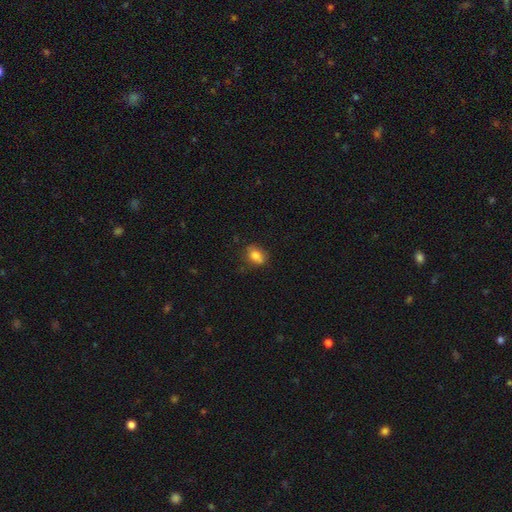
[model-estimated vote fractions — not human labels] This is likely a smooth galaxy (79%). How rounded: likely in between (68%). Merging: likely none (69%).